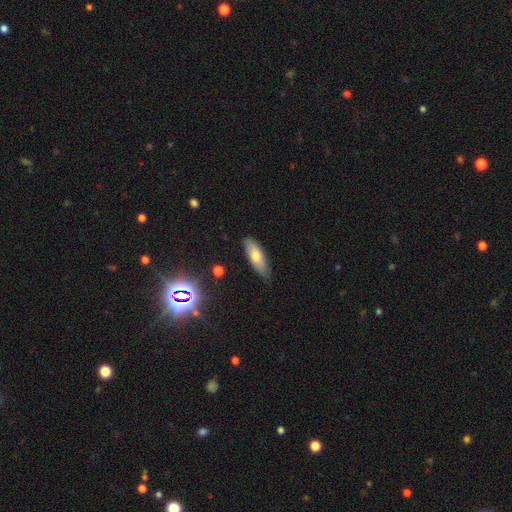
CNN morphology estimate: Smooth or featured? smooth (69%)
How rounded? in between (61%)
Merging? none (76%)